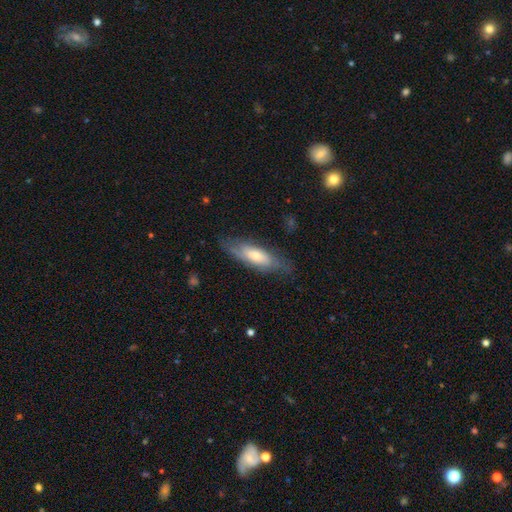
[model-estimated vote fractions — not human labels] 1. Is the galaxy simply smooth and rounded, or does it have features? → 48% smooth, 46% featured or disk, 6% star or artifact.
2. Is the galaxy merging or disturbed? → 69% none, 22% minor disturbance, 8% major disturbance, 1% merger.